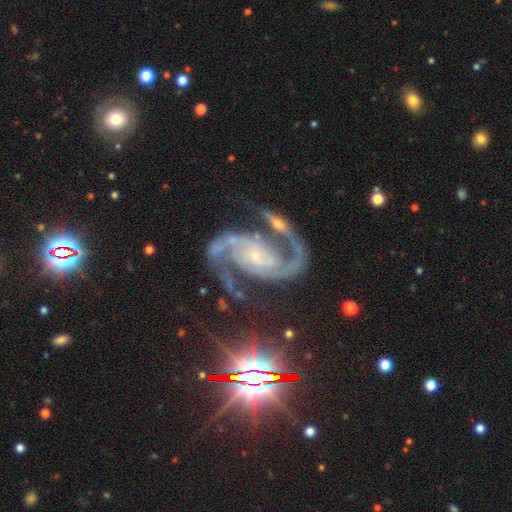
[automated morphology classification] Smooth or featured? Predicted: featured or disk (p=0.91). Edge-on disk? Predicted: no (p=0.98). Bar? Predicted: no (p=0.53). Spiral arms? Predicted: yes (p=0.99). Spiral winding? Predicted: medium (p=0.61). Spiral arm count? Predicted: 2 (p=0.92). Bulge size? Predicted: small (p=0.76). Merging? Predicted: none (p=0.66).